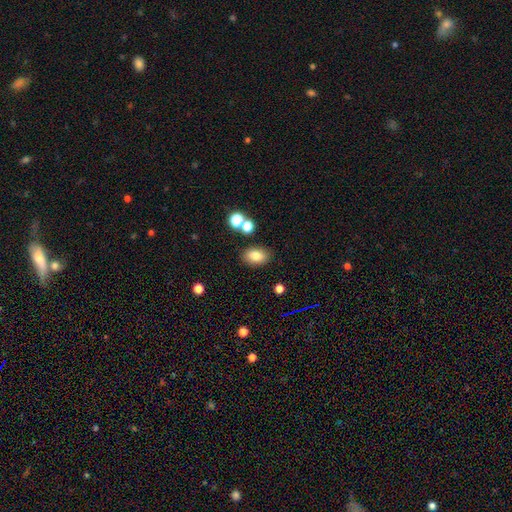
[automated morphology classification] This is likely a smooth galaxy (80%). How rounded: clearly in between (83%). Merging: clearly none (81%).